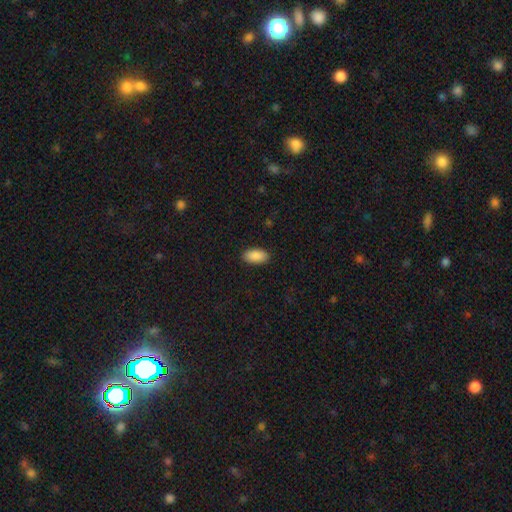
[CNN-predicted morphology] Smooth or featured?
  - smooth: 90% *
  - star or artifact: 6%
  - featured or disk: 3%
How rounded?
  - in between: 94% *
  - cigar-shaped: 3%
  - round: 2%
Merging?
  - none: 90% *
  - minor disturbance: 7%
  - major disturbance: 2%
  - merger: 1%